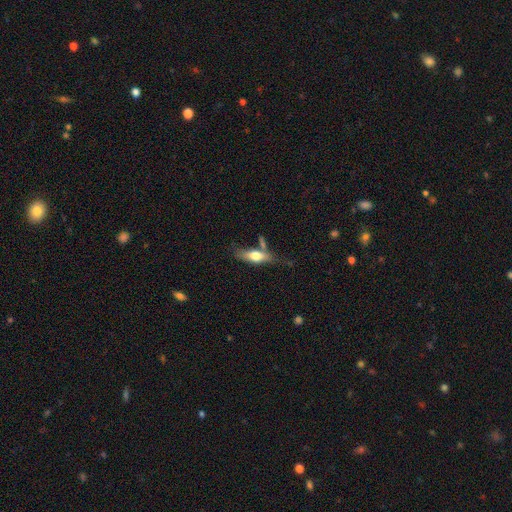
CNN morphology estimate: The model was most divided on "how rounded": in between: 55%, cigar-shaped: 41%, round: 3%. More confident: smooth or featured — smooth (58%); merging — none (54%).